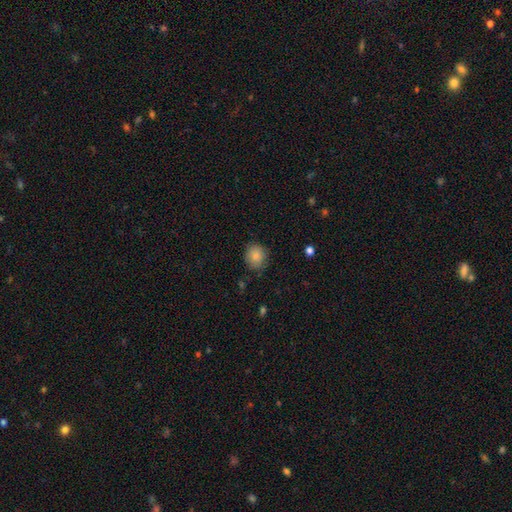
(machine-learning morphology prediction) The model was most divided on "how rounded": round: 79%, in between: 20%, cigar-shaped: 1%. More confident: smooth or featured — smooth (86%); merging — none (81%).